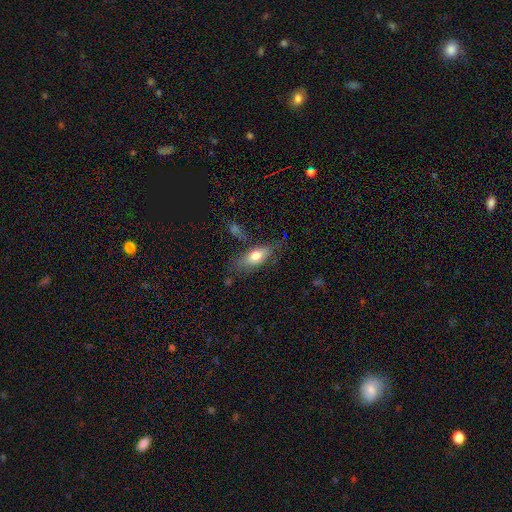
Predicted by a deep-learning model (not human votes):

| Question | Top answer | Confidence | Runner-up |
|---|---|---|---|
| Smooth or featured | smooth | 72% | featured or disk (21%) |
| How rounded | in between | 75% | cigar-shaped (21%) |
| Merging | none | 64% | minor disturbance (23%) |